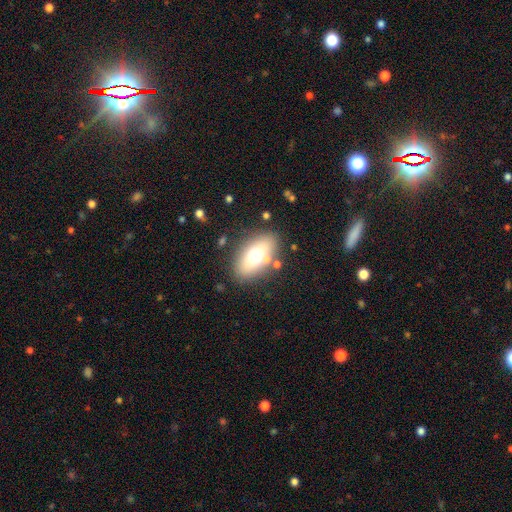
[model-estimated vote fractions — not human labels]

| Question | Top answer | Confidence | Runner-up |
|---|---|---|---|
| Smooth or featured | smooth | 63% | featured or disk (26%) |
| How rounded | in between | 84% | round (12%) |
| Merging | none | 77% | minor disturbance (11%) |